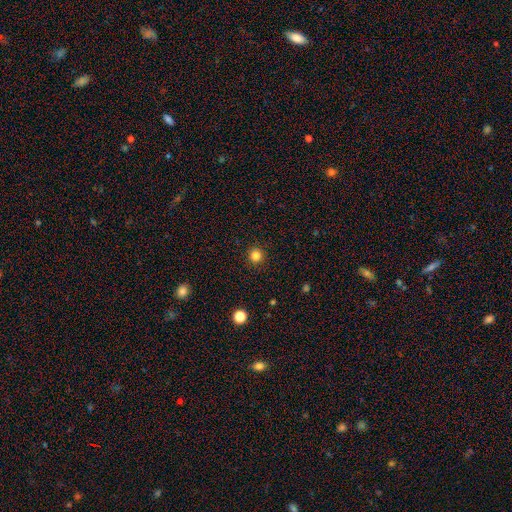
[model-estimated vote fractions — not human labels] Overall: smooth (83%). How rounded: round (95%). Merging: none (93%).